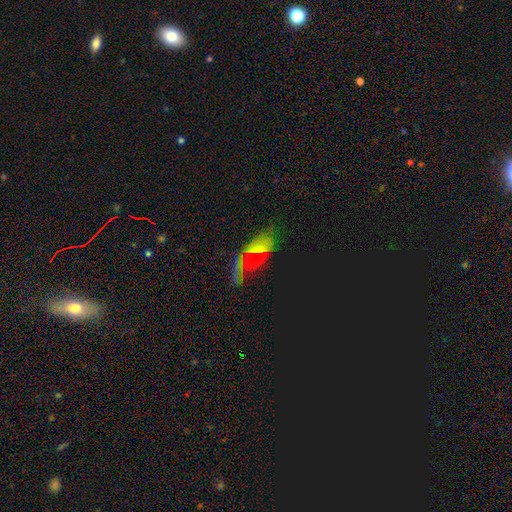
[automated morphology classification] Smooth or featured? star or artifact (43%)